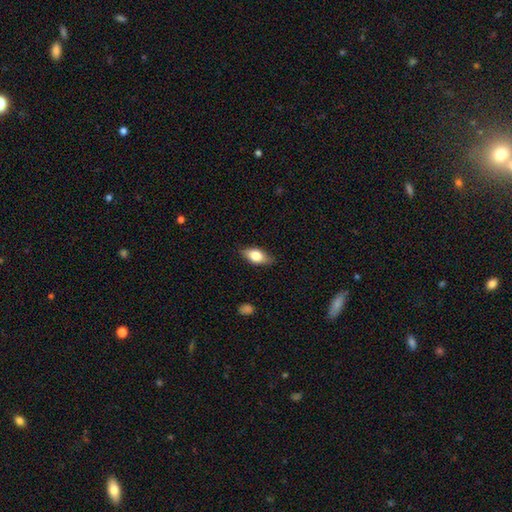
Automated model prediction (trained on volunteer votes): Overall: smooth (71%). How rounded: in between (84%). Merging: none (82%).